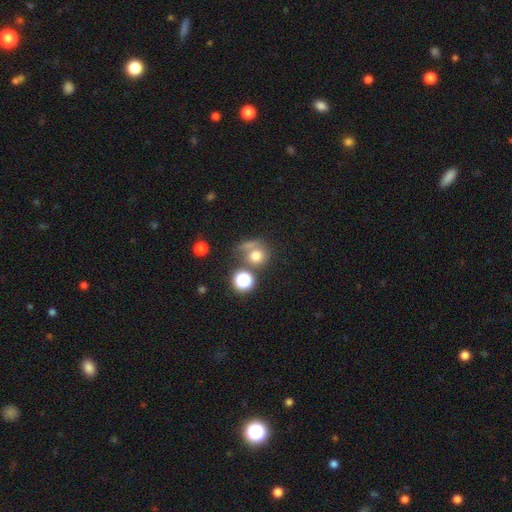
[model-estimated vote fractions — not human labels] This appears to be a smooth galaxy with no disk features (73%) that is round (85%). Merging: none (50%).